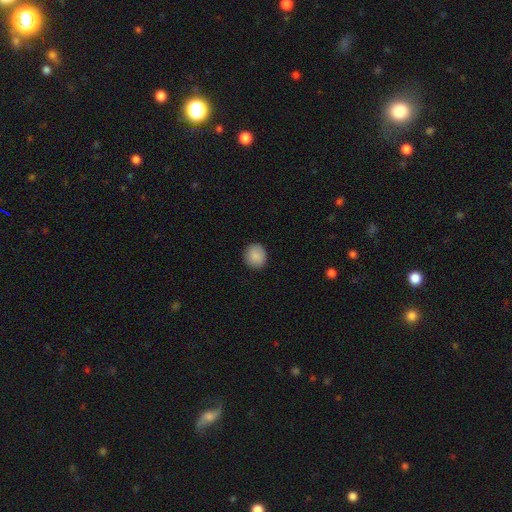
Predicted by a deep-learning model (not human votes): Q: Smooth or featured?
A: smooth (89%); runner-up: star or artifact (8%)
Q: How rounded?
A: round (84%); runner-up: in between (15%)
Q: Merging?
A: none (90%); runner-up: minor disturbance (7%)